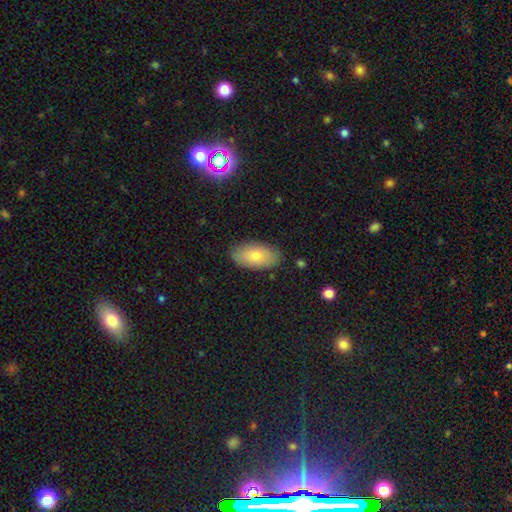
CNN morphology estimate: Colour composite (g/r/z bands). It shows a smooth galaxy with no disk features (74%) that is in between round and cigar-shaped (93%). Merging: none (85%).